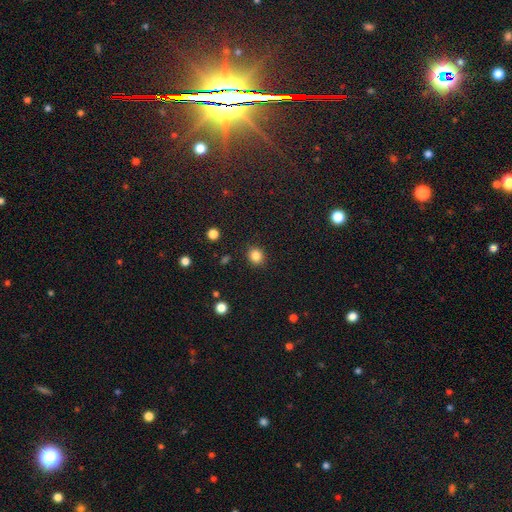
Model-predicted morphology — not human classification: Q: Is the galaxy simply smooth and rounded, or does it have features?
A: smooth — 85%.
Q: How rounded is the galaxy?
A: round — 84%.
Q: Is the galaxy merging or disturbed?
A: none — 89%.